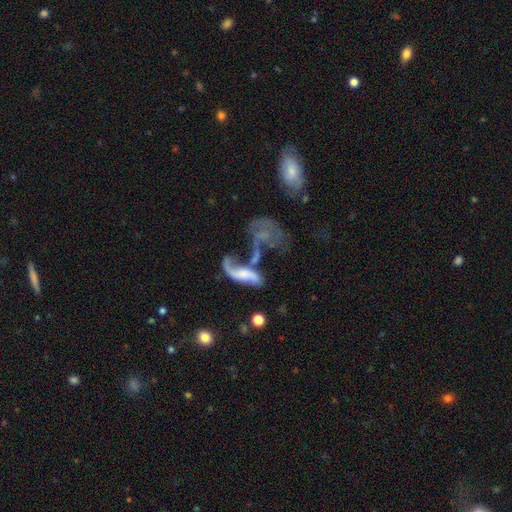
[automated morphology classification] A featured or disk galaxy (65%) with no bar (62%), spiral arms (70%) and no central bulge (35%).

Vote fractions:
- Smooth or featured? featured or disk: 65% / smooth: 23% / star or artifact: 12%
- Edge-on disk? no: 91% / yes: 9%
- Bar? no: 62% / weak: 27% / strong: 10%
- Spiral arms? yes: 70% / no: 30%
- Bulge size? none: 35% / small: 33% / moderate: 24% / large: 6% / dominant: 2%
- Merging? merger: 38% / major disturbance: 31% / none: 20% / minor disturbance: 12%